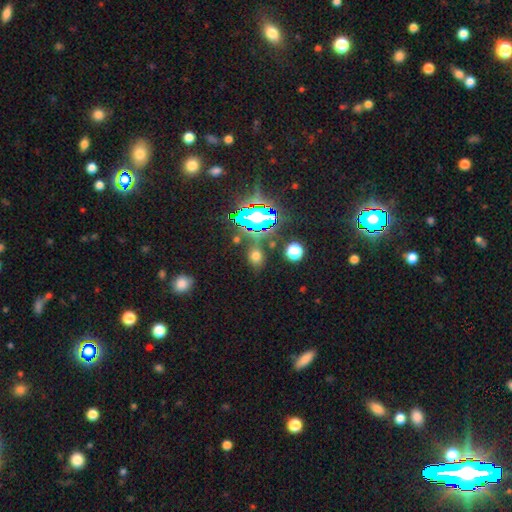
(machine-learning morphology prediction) Q: Smooth or featured?
A: smooth (56%); runner-up: star or artifact (35%)
Q: How rounded?
A: round (52%); runner-up: in between (46%)
Q: Merging?
A: none (76%); runner-up: minor disturbance (12%)